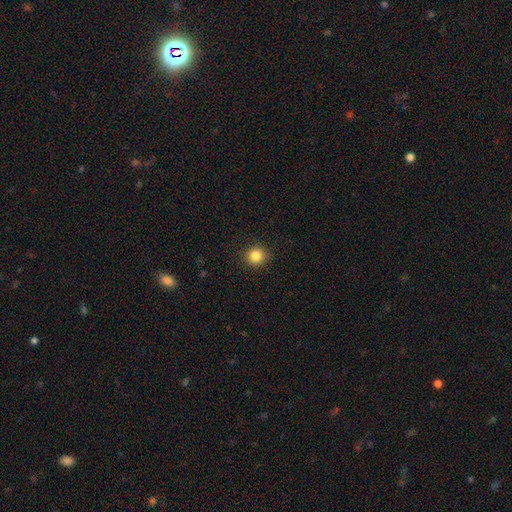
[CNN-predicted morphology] Smooth or featured?
  - smooth: 85% *
  - star or artifact: 11%
  - featured or disk: 5%
How rounded?
  - round: 90% *
  - in between: 9%
  - cigar-shaped: 1%
Merging?
  - none: 91% *
  - minor disturbance: 6%
  - major disturbance: 2%
  - merger: 1%